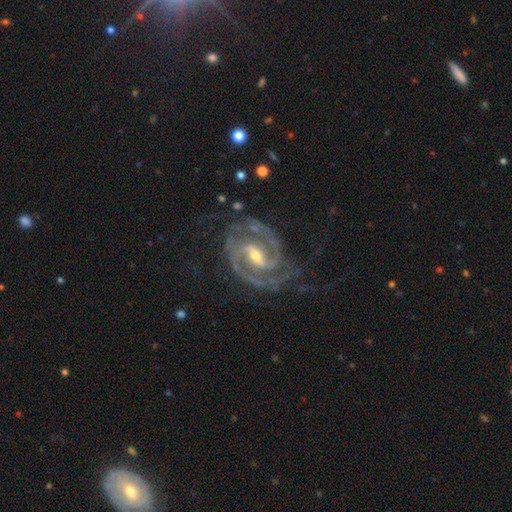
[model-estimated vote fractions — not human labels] A featured or disk galaxy (93%) with a strong bar (46%), 2 (83%) medium (48%) spiral arms (99%) and a moderate central bulge (50%).

Vote fractions:
- Smooth or featured? featured or disk: 93% / star or artifact: 4% / smooth: 3%
- Edge-on disk? no: 98% / yes: 2%
- Bar? strong: 46% / weak: 42% / no: 12%
- Spiral arms? yes: 99% / no: 1%
- Spiral winding? medium: 48% / tight: 46% / loose: 7%
- Spiral arm count? 2: 83% / 3: 8% / can't tell: 3% / 4: 2% / 1: 2% / more than 4: 2%
- Bulge size? moderate: 50% / small: 46% / large: 2% / none: 1% / dominant: 1%
- Merging? none: 69% / minor disturbance: 19% / major disturbance: 10% / merger: 2%